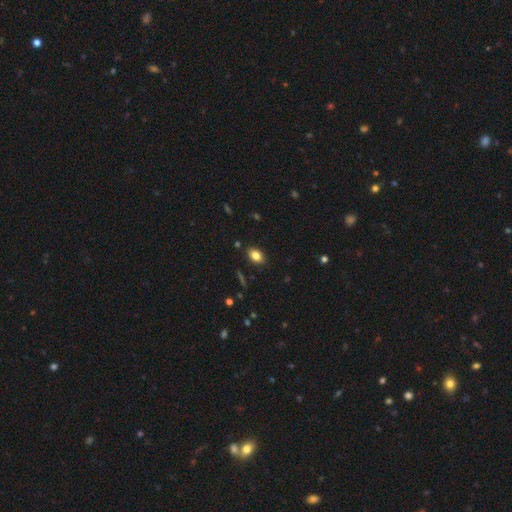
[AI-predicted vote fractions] Smooth or featured?
  - smooth: 82% *
  - star or artifact: 10%
  - featured or disk: 8%
How rounded?
  - in between: 85% *
  - round: 13%
  - cigar-shaped: 2%
Merging?
  - none: 88% *
  - minor disturbance: 9%
  - major disturbance: 2%
  - merger: 1%